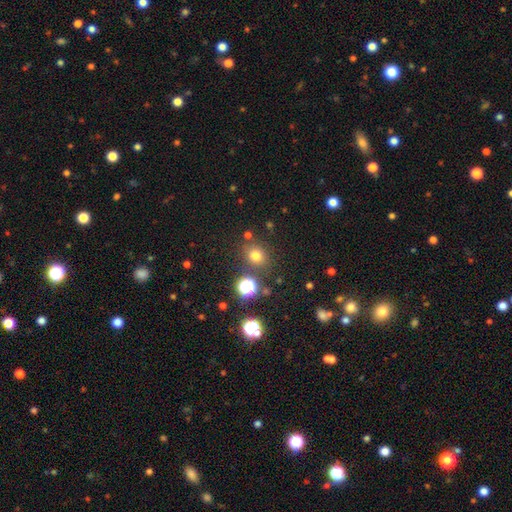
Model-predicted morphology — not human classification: Smooth or featured?
  - smooth: 72% *
  - star or artifact: 22%
  - featured or disk: 7%
How rounded?
  - round: 77% *
  - in between: 22%
  - cigar-shaped: 1%
Merging?
  - none: 80% *
  - minor disturbance: 10%
  - merger: 5%
  - major disturbance: 4%